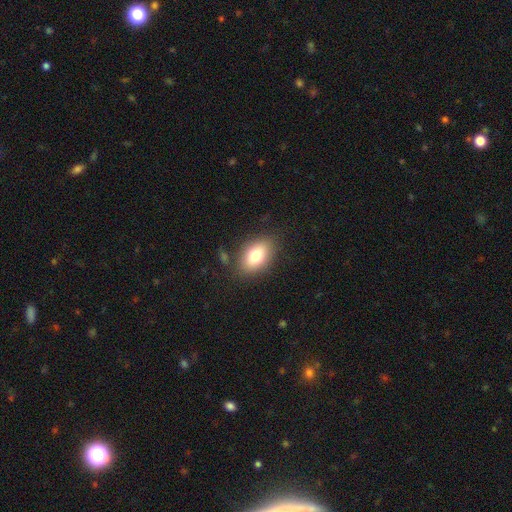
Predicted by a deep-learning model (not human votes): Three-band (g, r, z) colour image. It shows a smooth galaxy with no disk features (77%) that is in between round and cigar-shaped (85%). Merging: none (82%).